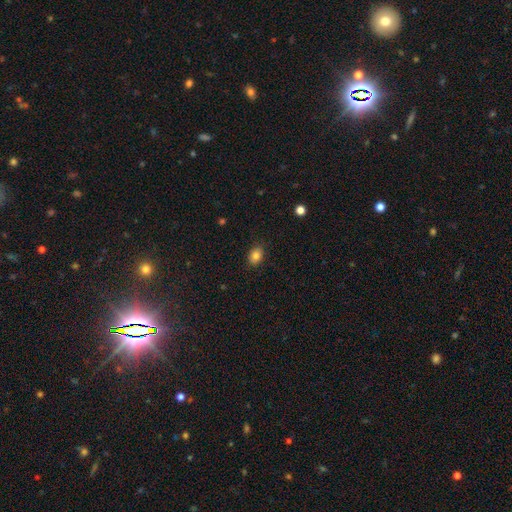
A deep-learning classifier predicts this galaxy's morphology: smooth 83%, star or artifact 10%, featured or disk 7%. Down the decision tree: how rounded — in between (73%); merging — none (86%).